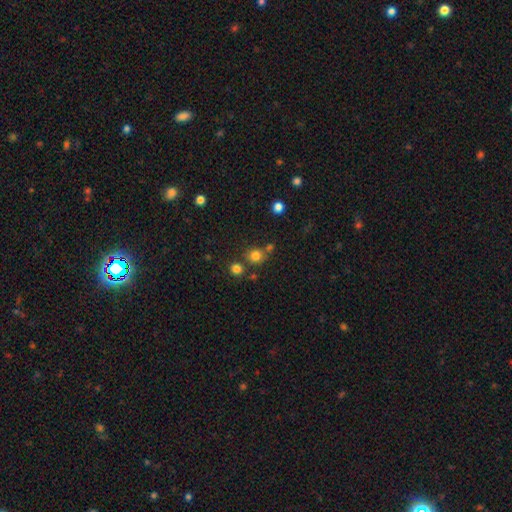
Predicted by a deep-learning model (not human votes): This is likely a smooth galaxy (78%). How rounded: clearly round (87%). Merging: likely none (70%).